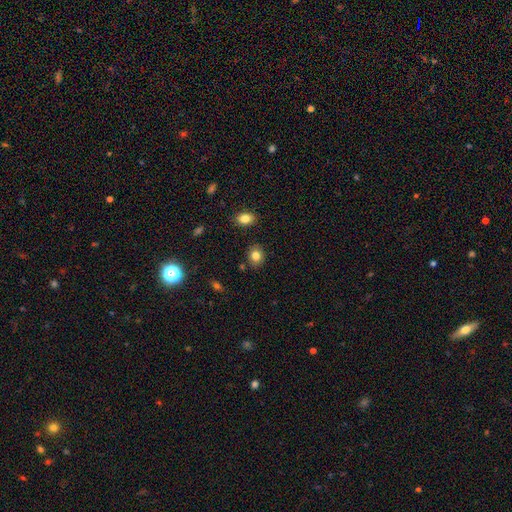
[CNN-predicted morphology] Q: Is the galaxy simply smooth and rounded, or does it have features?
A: smooth — 82%.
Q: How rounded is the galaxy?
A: round — 66%.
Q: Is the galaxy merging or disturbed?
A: none — 86%.